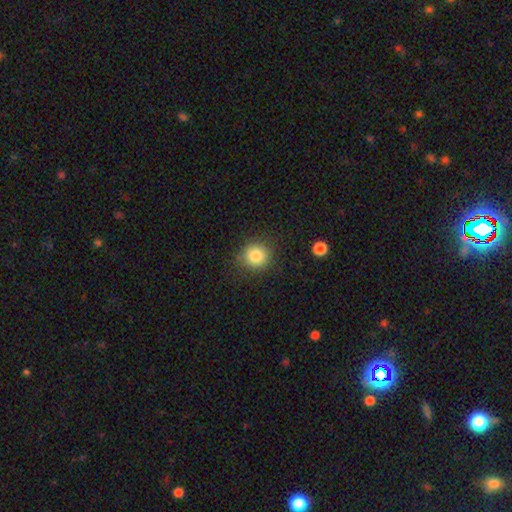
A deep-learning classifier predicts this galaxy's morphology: This is clearly a smooth galaxy (84%). How rounded: clearly round (88%). Merging: clearly none (85%).